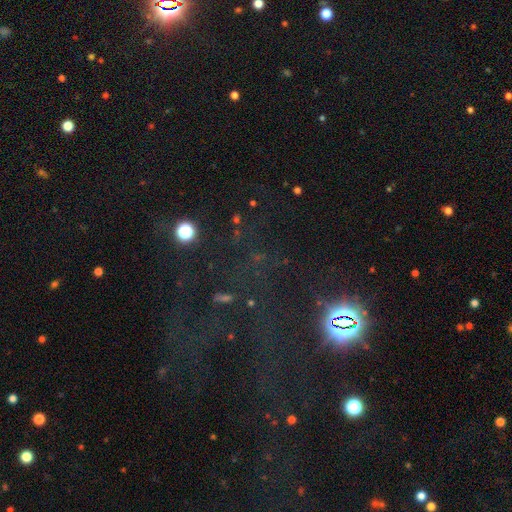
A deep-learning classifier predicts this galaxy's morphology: smooth_or_featured: star or artifact (p=0.73) [alt: smooth p=0.15]